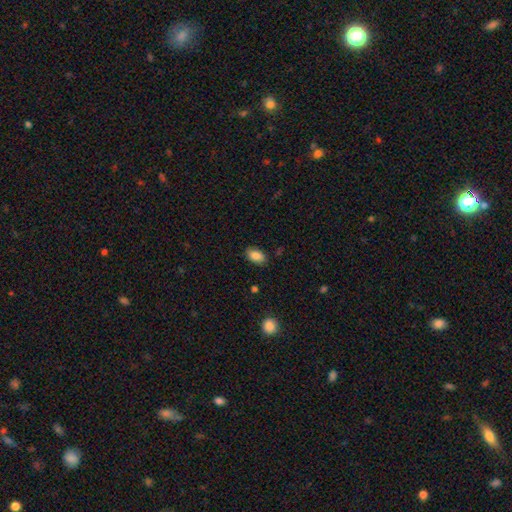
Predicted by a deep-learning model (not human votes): smooth_or_featured: smooth (p=0.87) [alt: star or artifact p=0.08]
how_rounded: in between (p=0.92) [alt: round p=0.06]
merging: none (p=0.85) [alt: minor disturbance p=0.11]